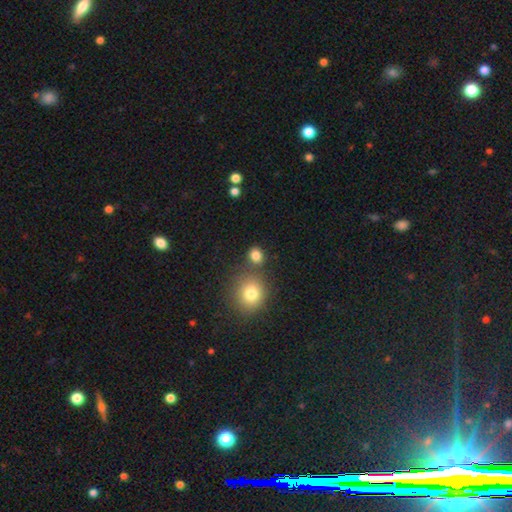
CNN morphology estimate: Smooth or featured? Predicted: smooth (p=0.82). How rounded? Predicted: round (p=0.74). Merging? Predicted: none (p=0.74).